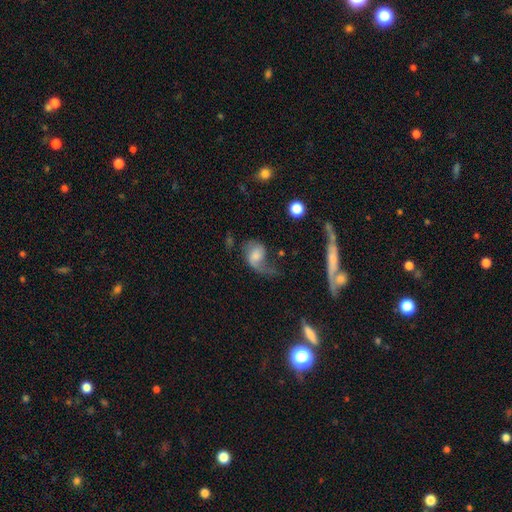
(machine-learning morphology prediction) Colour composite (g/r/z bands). It shows a featured or disk galaxy (58%) with no bar (60%), spiral arms (87%) and a moderate central bulge (35%). Merging: major disturbance (43%).